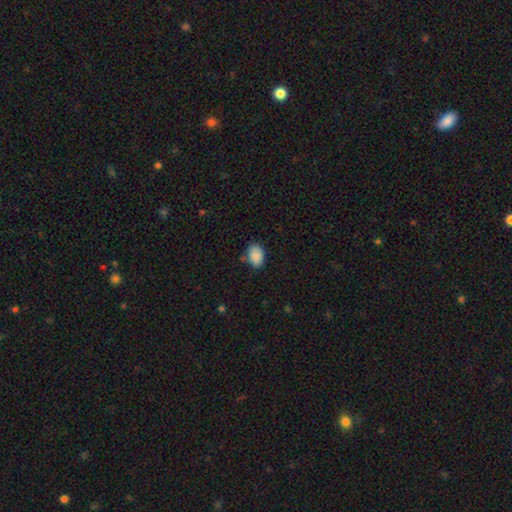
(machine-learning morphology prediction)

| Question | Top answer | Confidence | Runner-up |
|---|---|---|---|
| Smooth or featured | smooth | 88% | star or artifact (8%) |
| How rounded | in between | 84% | round (15%) |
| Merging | none | 75% | minor disturbance (18%) |